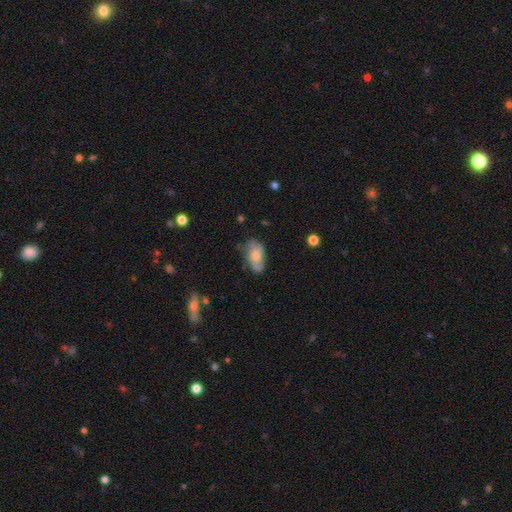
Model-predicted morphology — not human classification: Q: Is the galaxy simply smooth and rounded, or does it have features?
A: smooth — 47%.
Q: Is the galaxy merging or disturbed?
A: none — 63%.